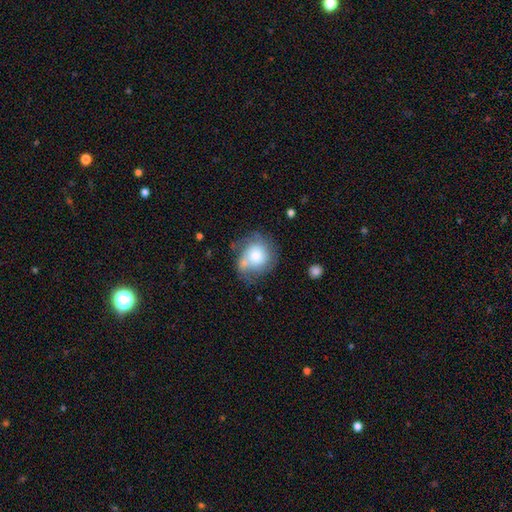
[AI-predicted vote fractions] smooth_or_featured: smooth (p=0.56) [alt: featured or disk p=0.36]
how_rounded: round (p=0.73) [alt: in between p=0.26]
merging: none (p=0.51) [alt: minor disturbance p=0.25]